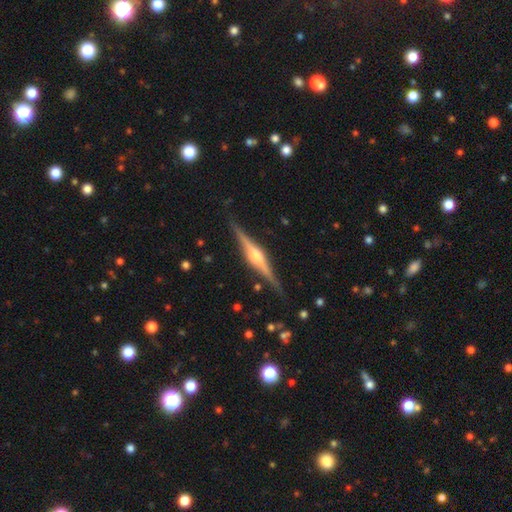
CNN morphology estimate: smooth-or-featured: featured or disk: 85% | smooth: 9% | star or artifact: 6%
  disk-edge-on: yes: 98% | no: 2%
    edge-on-bulge: rounded: 87% | boxy: 11% | none: 3%
  merging: none: 89% | minor disturbance: 8% | major disturbance: 2% | merger: 1%